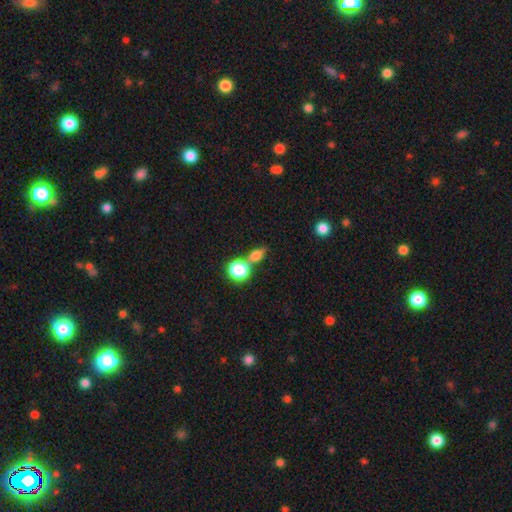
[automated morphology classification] Overall: smooth (74%). How rounded: in between (50%; round 43%). Merging: none (49%; merger 36%).